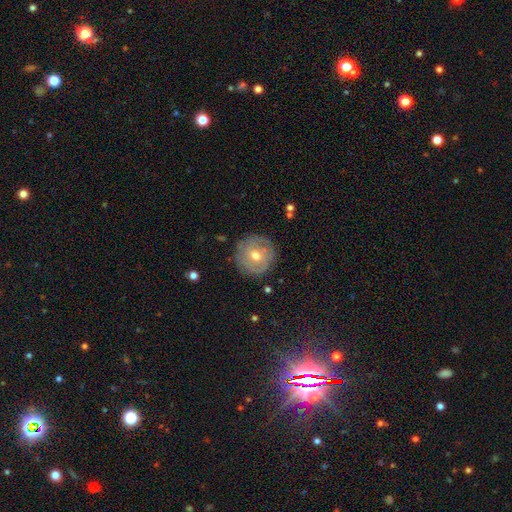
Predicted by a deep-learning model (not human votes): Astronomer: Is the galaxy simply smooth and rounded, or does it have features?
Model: featured or disk — 53% (runner-up: smooth, 38%).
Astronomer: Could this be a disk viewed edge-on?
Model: no — 95%.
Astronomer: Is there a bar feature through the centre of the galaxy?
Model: no — 61%.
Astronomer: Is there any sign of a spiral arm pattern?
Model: yes — 55% (runner-up: no, 45%).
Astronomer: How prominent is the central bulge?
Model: moderate — 71%.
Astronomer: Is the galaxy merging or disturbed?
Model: none — 82%.